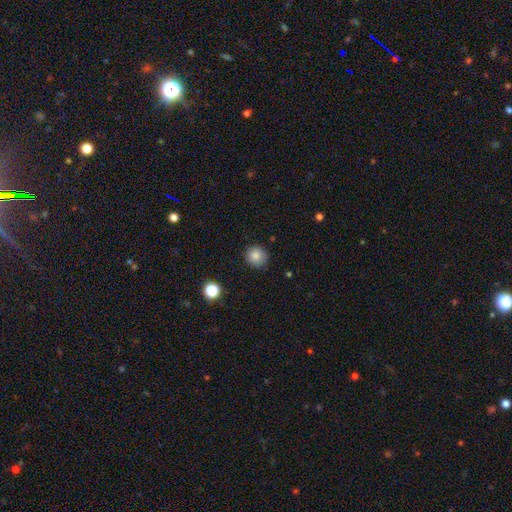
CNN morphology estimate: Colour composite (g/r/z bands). It shows a smooth galaxy with no disk features (84%) that is round (91%). Merging: none (86%).